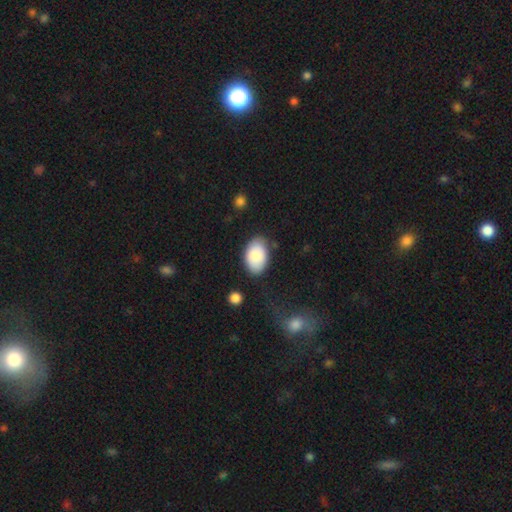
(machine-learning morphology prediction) Smooth or featured? smooth (84%)
How rounded? in between (91%)
Merging? none (79%)